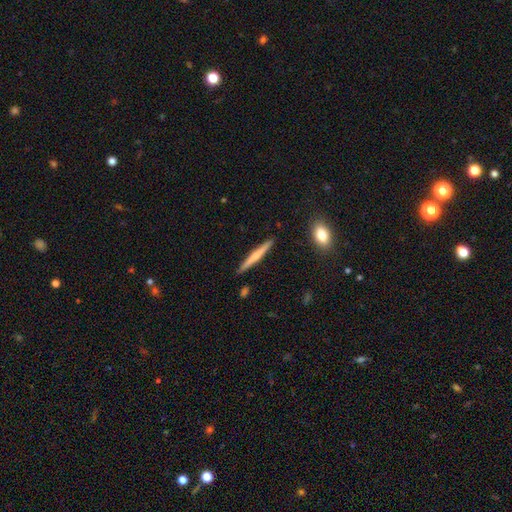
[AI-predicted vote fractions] Smooth or featured?
  - smooth: 49% *
  - featured or disk: 45%
  - star or artifact: 6%
Merging?
  - none: 90% *
  - minor disturbance: 7%
  - merger: 1%
  - major disturbance: 1%